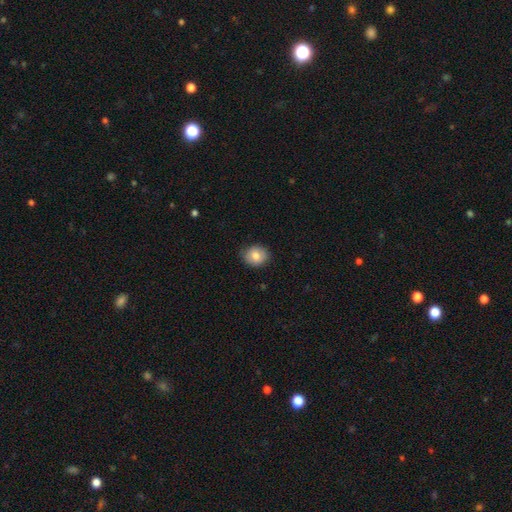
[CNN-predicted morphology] The model was most divided on "how rounded": round: 74%, in between: 25%, cigar-shaped: 1%. More confident: merging — none (84%); smooth or featured — smooth (79%).